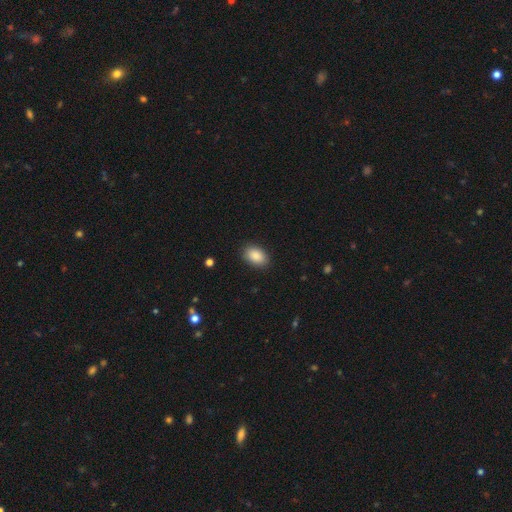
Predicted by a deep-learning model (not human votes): The model was most divided on "how rounded": in between: 86%, round: 13%, cigar-shaped: 1%. More confident: smooth or featured — smooth (89%); merging — none (88%).